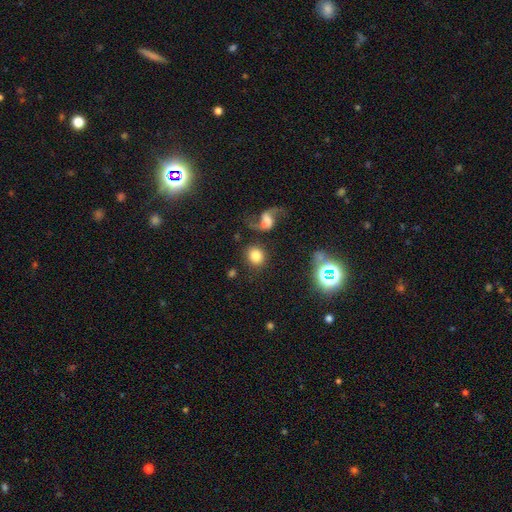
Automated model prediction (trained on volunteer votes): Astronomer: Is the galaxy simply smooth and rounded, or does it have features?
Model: smooth — 76%.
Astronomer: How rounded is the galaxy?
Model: round — 81%.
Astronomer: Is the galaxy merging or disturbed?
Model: none — 75%.